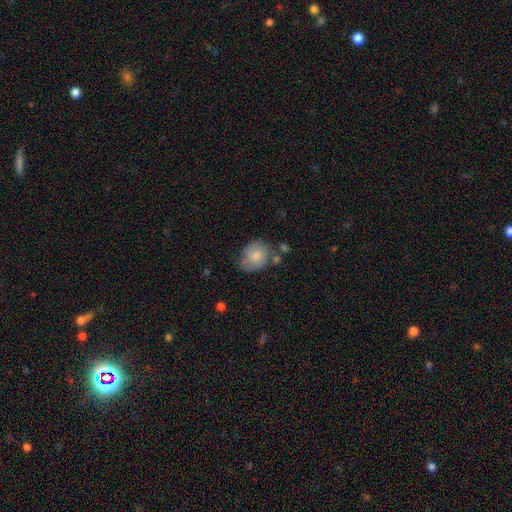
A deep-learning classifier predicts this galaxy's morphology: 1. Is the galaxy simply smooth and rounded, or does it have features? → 77% smooth, 16% featured or disk, 7% star or artifact.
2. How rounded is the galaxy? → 57% round, 42% in between, 1% cigar-shaped.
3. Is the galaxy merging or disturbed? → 54% none, 28% minor disturbance, 9% merger, 9% major disturbance.